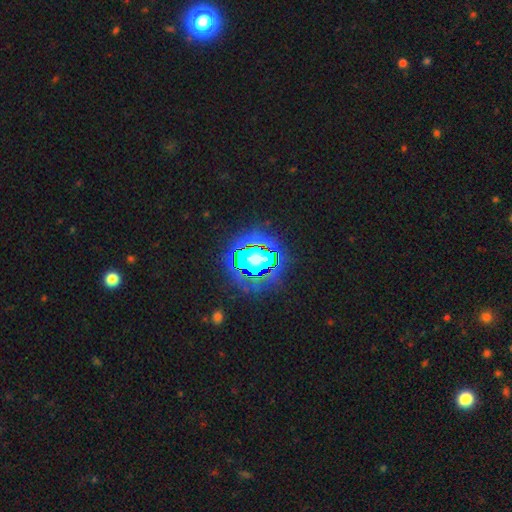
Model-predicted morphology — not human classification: star or artifact 79%, smooth 13%, featured or disk 8%.